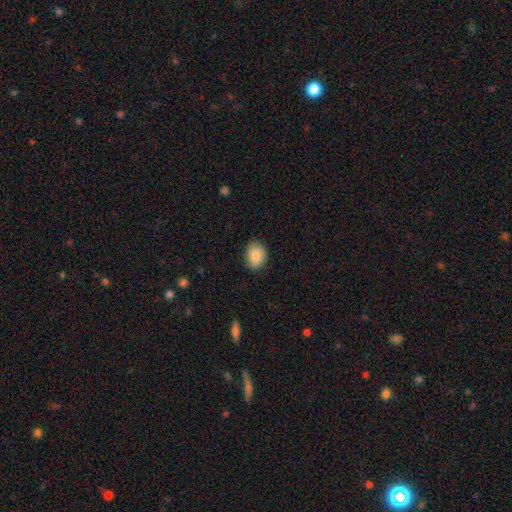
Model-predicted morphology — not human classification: Overall: smooth (87%). How rounded: in between (59%; round 41%). Merging: none (83%).